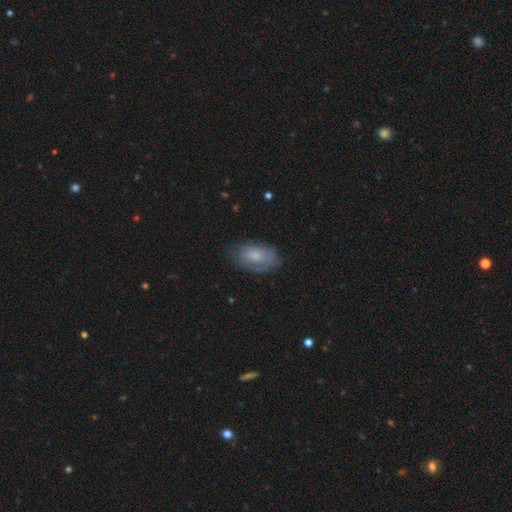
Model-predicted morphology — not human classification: smooth 57%, featured or disk 35%, star or artifact 8%. Down the decision tree: how rounded — in between (91%); merging — none (66%).